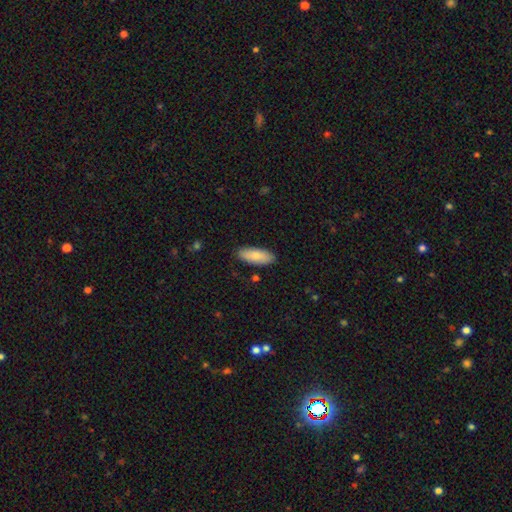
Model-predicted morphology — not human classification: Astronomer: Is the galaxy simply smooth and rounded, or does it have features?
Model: smooth — 79%.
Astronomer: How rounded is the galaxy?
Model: in between — 80%.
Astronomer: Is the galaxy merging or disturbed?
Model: none — 87%.